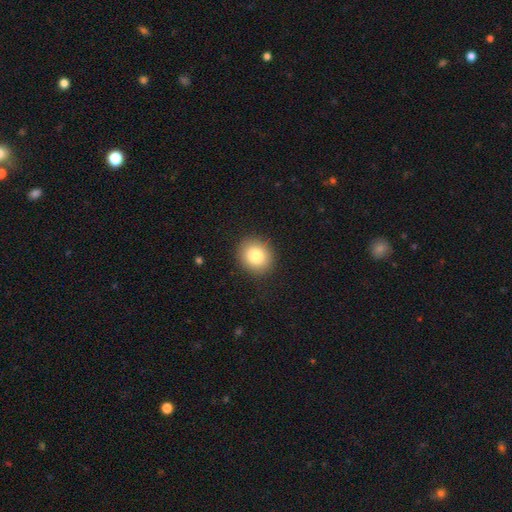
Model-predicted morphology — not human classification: Smooth or featured? Predicted: smooth (p=0.83). How rounded? Predicted: round (p=0.75). Merging? Predicted: none (p=0.89).